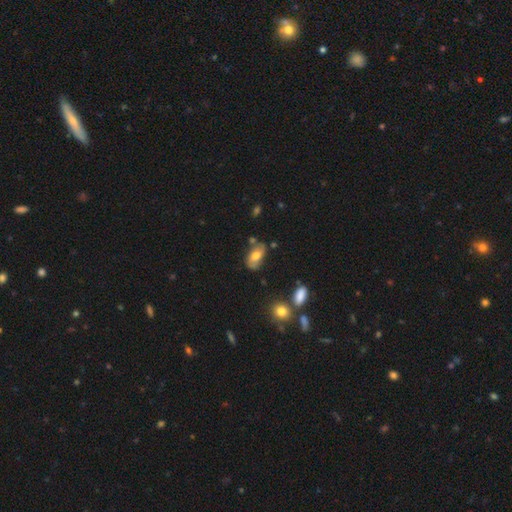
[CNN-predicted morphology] Smooth or featured: smooth — 55% (featured or disk — 37%)
How rounded: in between — 90% (round — 7%)
Merging: none — 60% (minor disturbance — 26%)